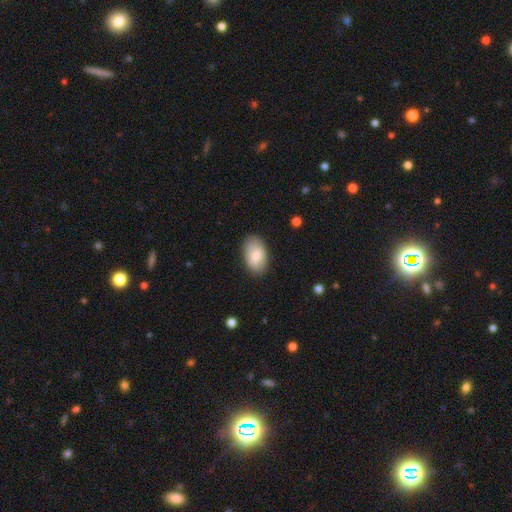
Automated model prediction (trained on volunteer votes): smooth_or_featured: smooth (p=0.82) [alt: featured or disk p=0.12]
how_rounded: in between (p=0.93) [alt: round p=0.05]
merging: none (p=0.83) [alt: minor disturbance p=0.13]